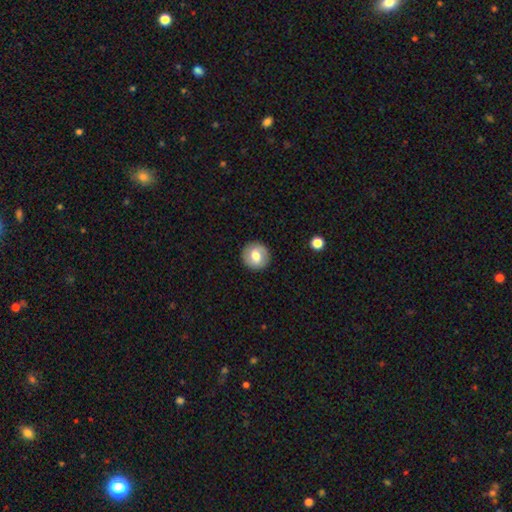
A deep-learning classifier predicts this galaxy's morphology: smooth_or_featured: smooth (p=0.64) [alt: featured or disk p=0.28]
how_rounded: round (p=0.91) [alt: in between p=0.08]
merging: none (p=0.90) [alt: minor disturbance p=0.07]